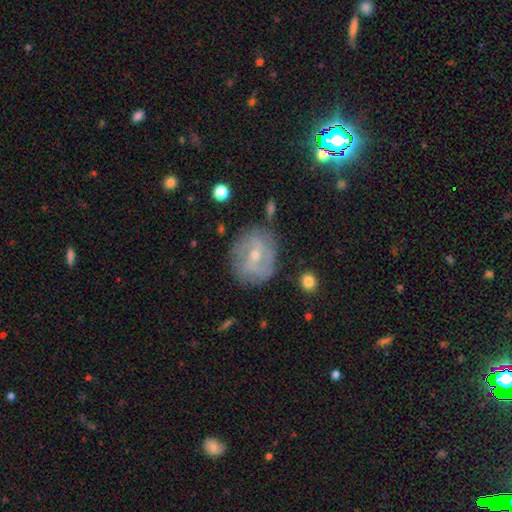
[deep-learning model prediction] The model was most divided on "bar" (2-way tie): weak: 43%, no: 43%, strong: 14%. More confident: edge-on disk — no (96%); spiral arms — yes (75%); merging — none (72%); smooth or featured — featured or disk (68%); bulge size — small (61%).